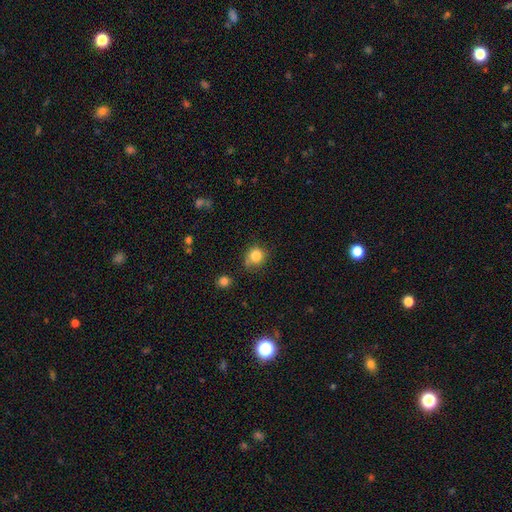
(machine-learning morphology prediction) type=smooth (83%); roundness=round (81%); merging=none (65%).